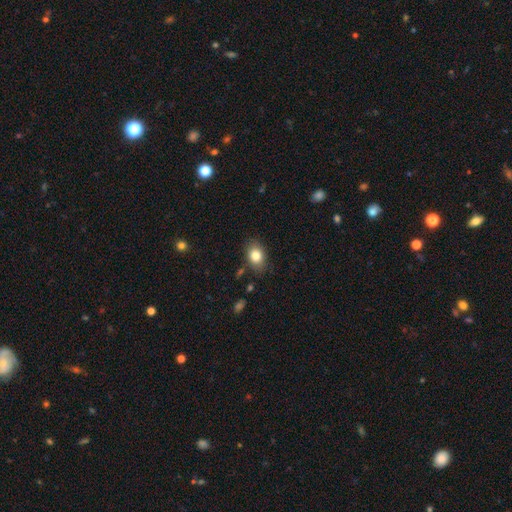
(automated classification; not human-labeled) A smooth galaxy with no disk features (82%) that is in between round and cigar-shaped (75%). Merging: none (82%).